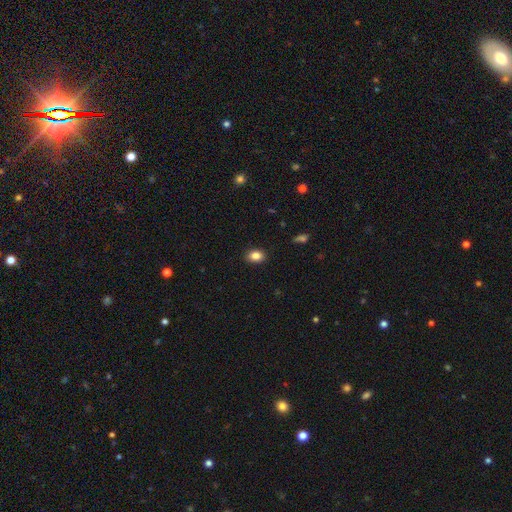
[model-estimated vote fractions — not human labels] A smooth galaxy with no disk features (85%) that is in between round and cigar-shaped (68%).

Vote fractions:
- Smooth or featured? smooth: 85% / star or artifact: 9% / featured or disk: 5%
- How rounded? in between: 68% / round: 30% / cigar-shaped: 1%
- Merging? none: 89% / minor disturbance: 8% / major disturbance: 2% / merger: 1%